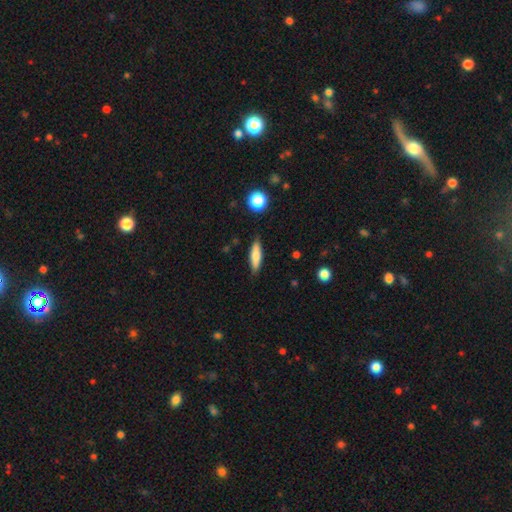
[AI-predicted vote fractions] Morphology: type=smooth (74%); roundness=cigar-shaped (58%); merging=none (84%).